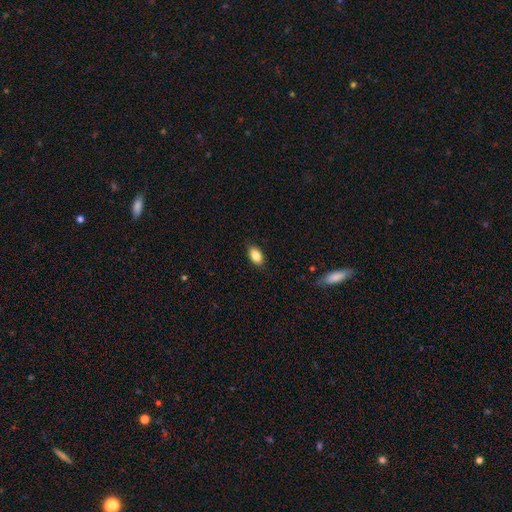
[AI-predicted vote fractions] Overall: smooth (86%). How rounded: in between (90%). Merging: none (87%).